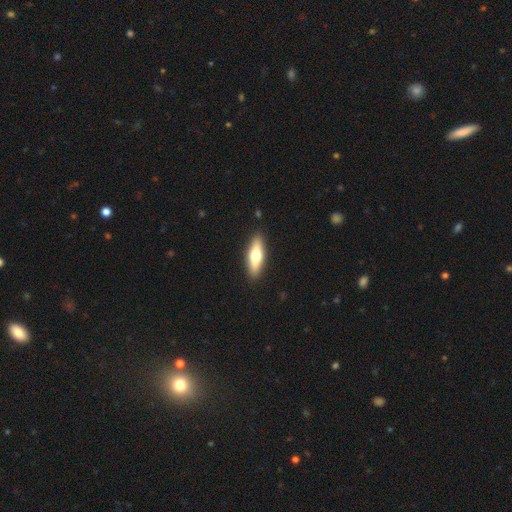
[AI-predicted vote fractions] Morphology: type=smooth (55%); roundness=cigar-shaped (52%); merging=none (90%).